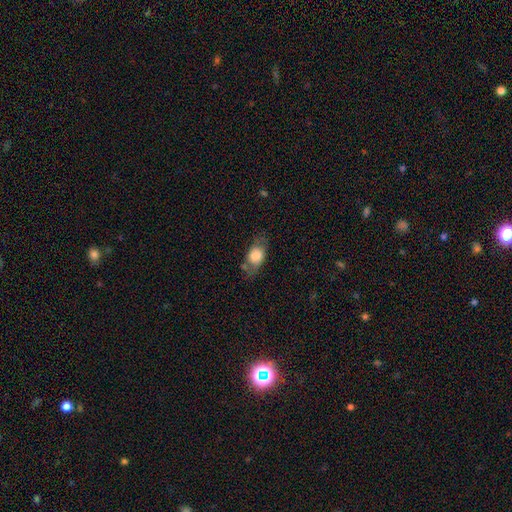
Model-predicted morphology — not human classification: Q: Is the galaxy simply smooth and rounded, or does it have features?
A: smooth — 70%.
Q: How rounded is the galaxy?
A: in between — 74%.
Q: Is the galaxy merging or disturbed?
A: none — 59%.